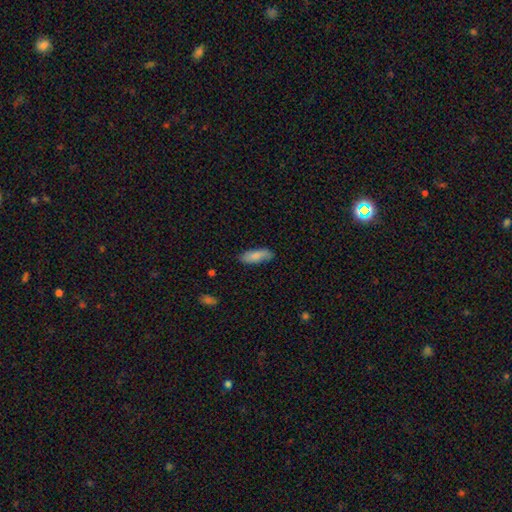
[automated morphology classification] A smooth galaxy with no disk features (83%) that is in between round and cigar-shaped (64%).

Vote fractions:
- Smooth or featured? smooth: 83% / featured or disk: 11% / star or artifact: 6%
- How rounded? in between: 64% / cigar-shaped: 34% / round: 2%
- Merging? none: 80% / minor disturbance: 16% / major disturbance: 3% / merger: 1%